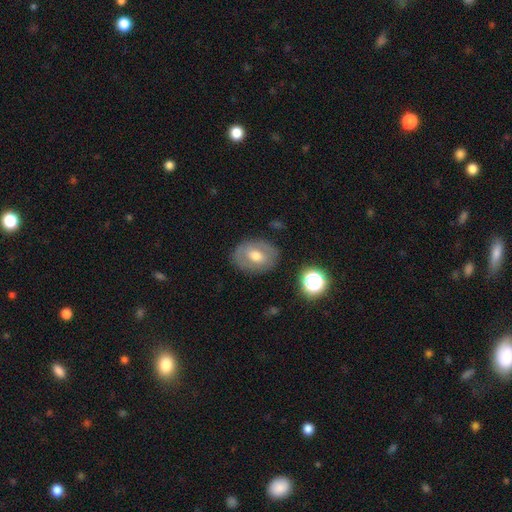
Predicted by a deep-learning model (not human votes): Morphology: type=smooth (52%); roundness=in between (62%); merging=none (80%).